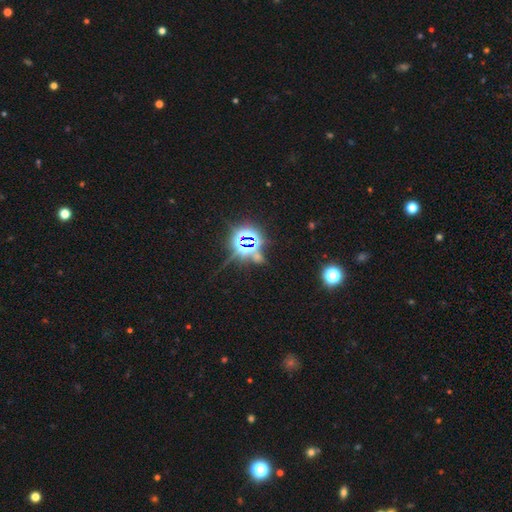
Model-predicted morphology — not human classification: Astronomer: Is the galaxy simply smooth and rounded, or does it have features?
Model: star or artifact — 80%.